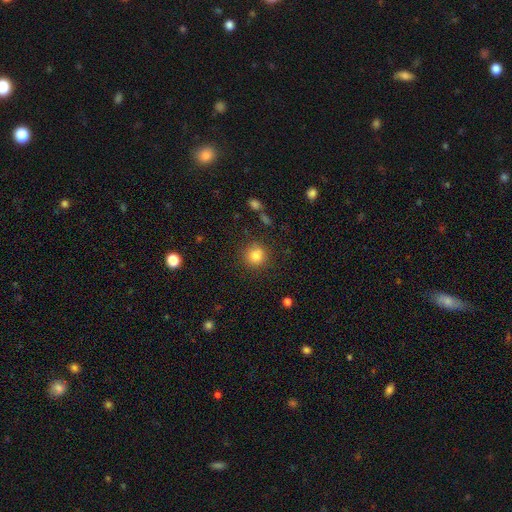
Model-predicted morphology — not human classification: This appears to be a smooth galaxy with no disk features (82%) that is round (92%). Merging: none (84%).